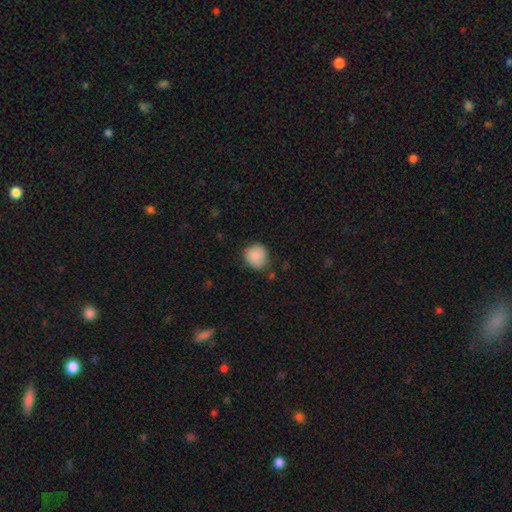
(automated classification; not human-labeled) A smooth galaxy with no disk features (87%) that is round (89%).

Vote fractions:
- Smooth or featured? smooth: 87% / star or artifact: 7% / featured or disk: 6%
- How rounded? round: 89% / in between: 11% / cigar-shaped: 1%
- Merging? none: 77% / minor disturbance: 18% / major disturbance: 4% / merger: 2%